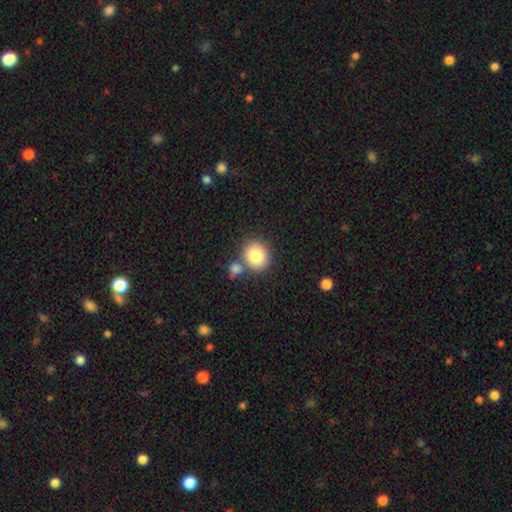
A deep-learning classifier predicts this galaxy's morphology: The model was most divided on "merging": none: 66%, merger: 21%, minor disturbance: 10%, major disturbance: 3%. More confident: smooth or featured — smooth (81%); how rounded — round (74%).